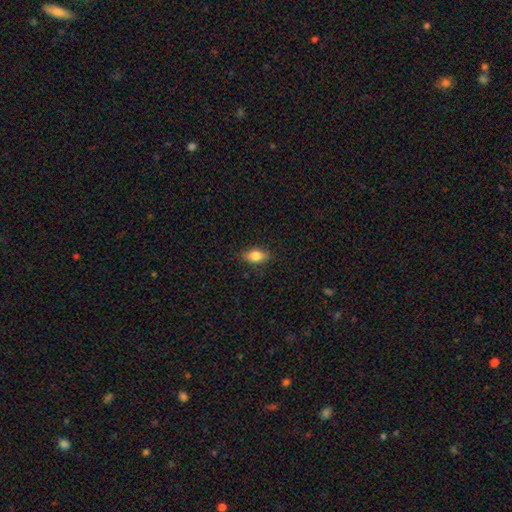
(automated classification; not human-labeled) This appears to be a smooth galaxy with no disk features (82%) that is in between round and cigar-shaped (86%). Merging: none (84%).